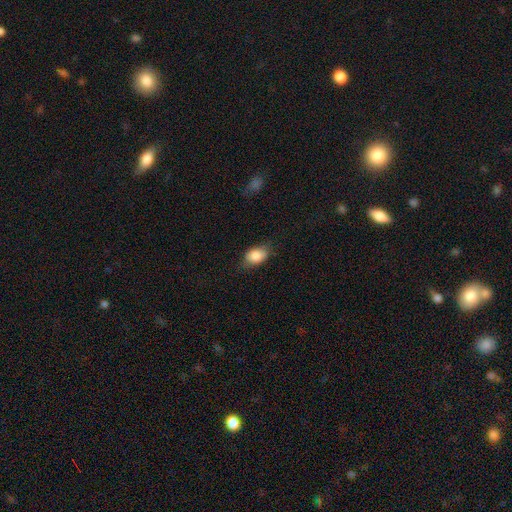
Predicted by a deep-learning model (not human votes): Overall: smooth (84%). How rounded: in between (79%). Merging: none (72%).